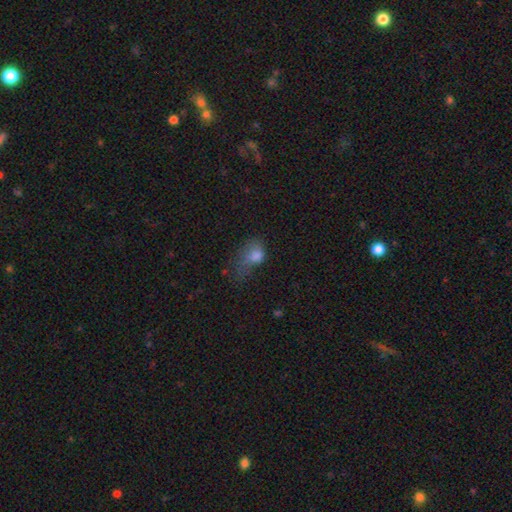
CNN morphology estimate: smooth-or-featured: smooth: 72% | featured or disk: 15% | star or artifact: 12%
  how-rounded: in between: 71% | round: 27% | cigar-shaped: 2%
  merging: major disturbance: 52% | minor disturbance: 26% | none: 17% | merger: 5%